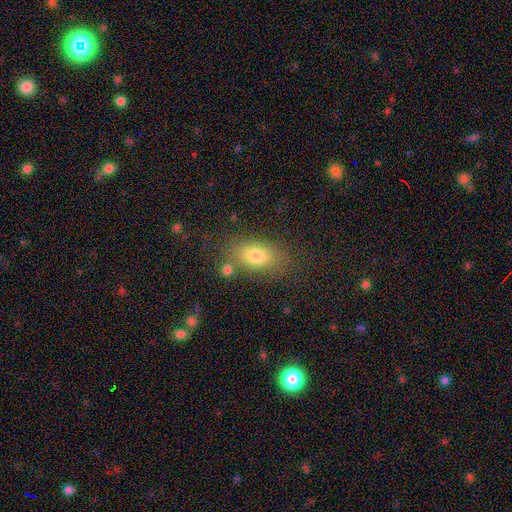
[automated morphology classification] This is likely a smooth galaxy (79%). How rounded: clearly in between (85%). Merging: likely none (70%).